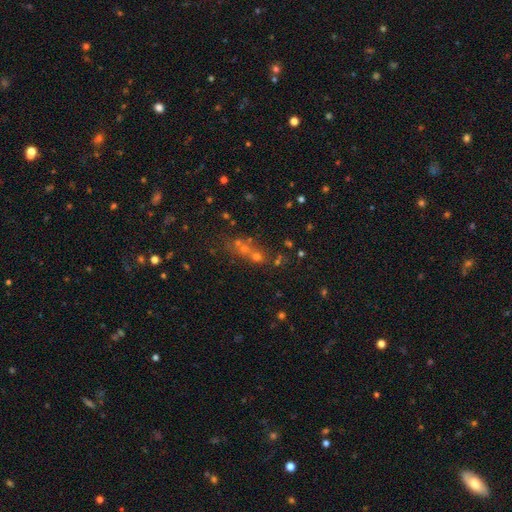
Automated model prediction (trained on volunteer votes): star or artifact 39%, smooth 38%, featured or disk 24%.